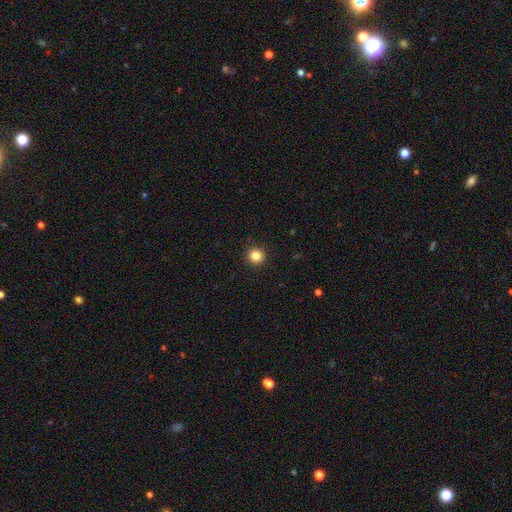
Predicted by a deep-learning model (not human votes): Smooth or featured: smooth — 84% (star or artifact — 11%)
How rounded: round — 94% (in between — 5%)
Merging: none — 93% (minor disturbance — 5%)